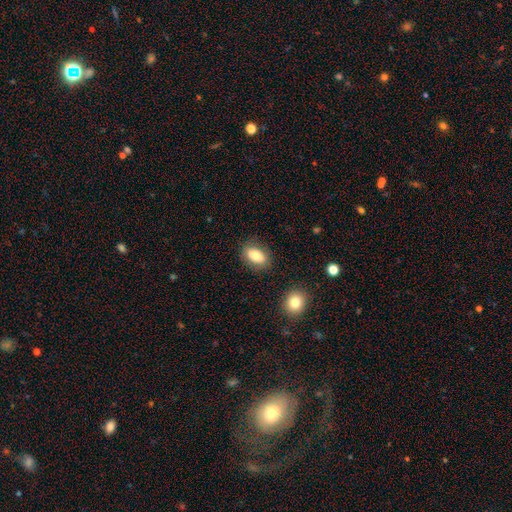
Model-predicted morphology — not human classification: type=smooth (80%); roundness=in between (88%); merging=none (82%).